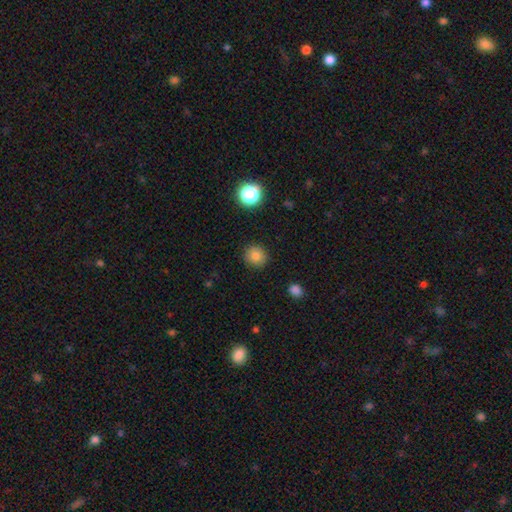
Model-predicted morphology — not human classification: smooth 82%, star or artifact 12%, featured or disk 5%. Down the decision tree: how rounded — round (88%); merging — none (88%).